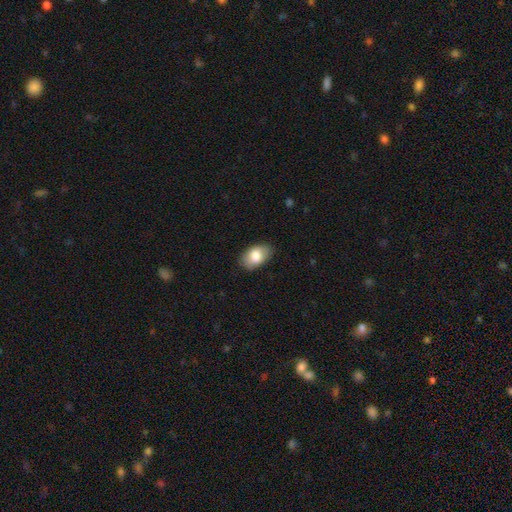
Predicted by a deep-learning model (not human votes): This appears to be a smooth galaxy with no disk features (80%) that is in between round and cigar-shaped (92%). Merging: none (82%).